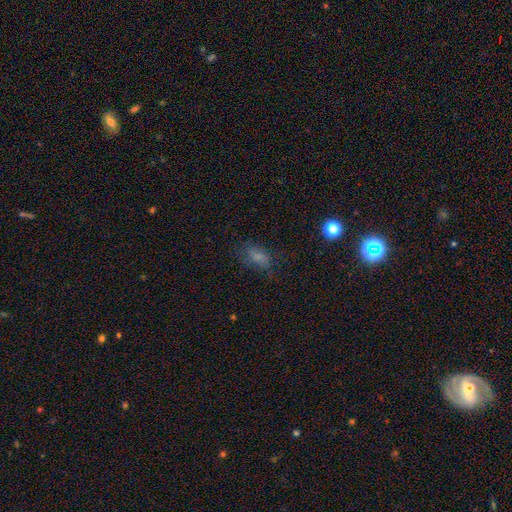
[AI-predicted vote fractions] Q: Smooth or featured?
A: smooth (55%); runner-up: star or artifact (26%)
Q: How rounded?
A: in between (76%); runner-up: round (13%)
Q: Merging?
A: none (66%); runner-up: minor disturbance (21%)